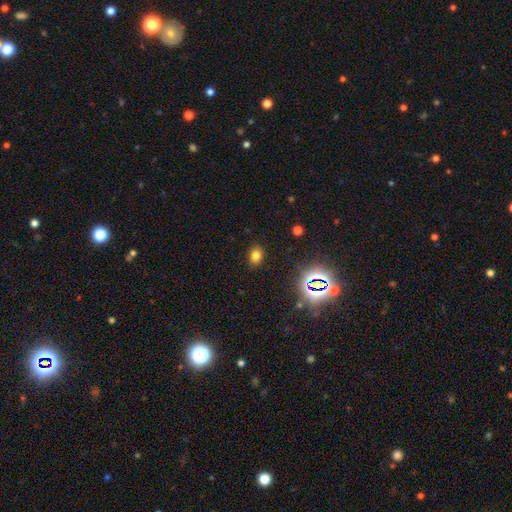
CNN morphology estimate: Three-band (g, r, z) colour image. It shows a smooth galaxy with no disk features (73%) that is in between round and cigar-shaped (66%). Merging: none (87%).